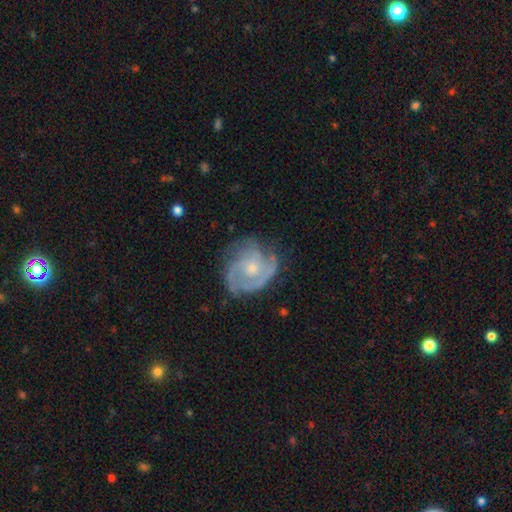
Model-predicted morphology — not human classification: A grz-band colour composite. It shows a featured or disk galaxy (79%) with no bar (69%), 3 (32%) tight (62%) spiral arms (95%) and a small central bulge (55%). Merging: none (75%).